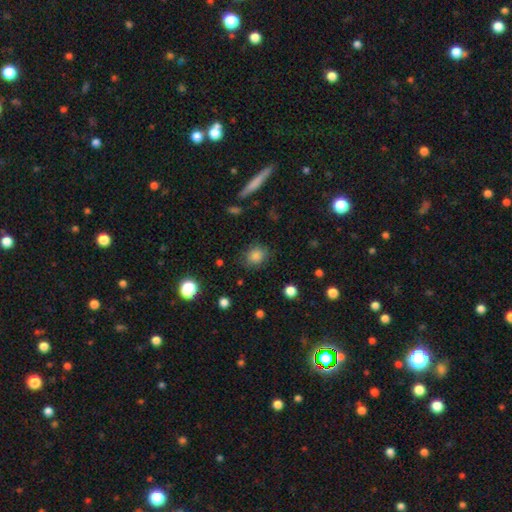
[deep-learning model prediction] Q: Smooth or featured?
A: smooth (82%); runner-up: star or artifact (11%)
Q: How rounded?
A: round (69%); runner-up: in between (30%)
Q: Merging?
A: none (79%); runner-up: minor disturbance (14%)